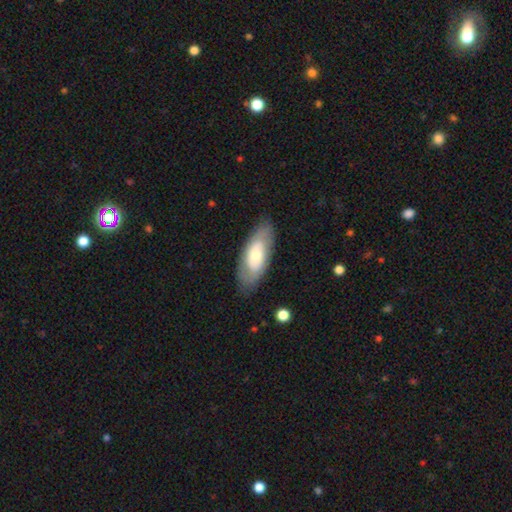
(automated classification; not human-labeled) The model was most divided on "smooth or featured": smooth: 53%, featured or disk: 41%, star or artifact: 6%. More confident: how rounded — in between (84%); merging — none (80%).